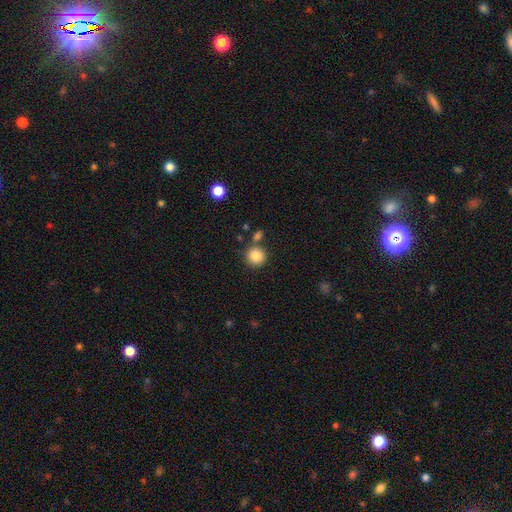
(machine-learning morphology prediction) A smooth galaxy with no disk features (86%) that is round (91%). Merging: none (76%).